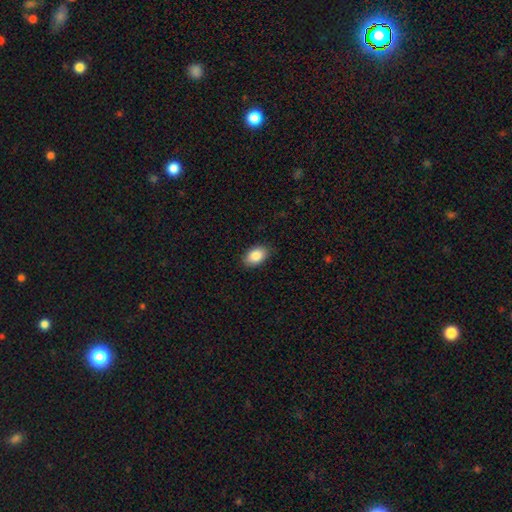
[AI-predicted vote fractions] Overall: smooth (87%). How rounded: in between (90%). Merging: none (88%).